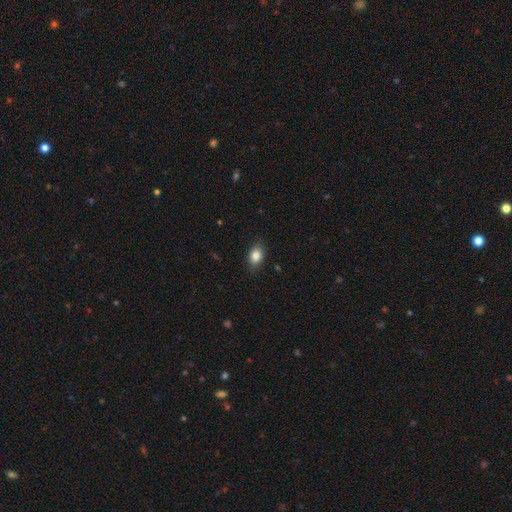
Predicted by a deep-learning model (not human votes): Smooth or featured? Predicted: smooth (p=0.84). How rounded? Predicted: in between (p=0.80). Merging? Predicted: none (p=0.85).